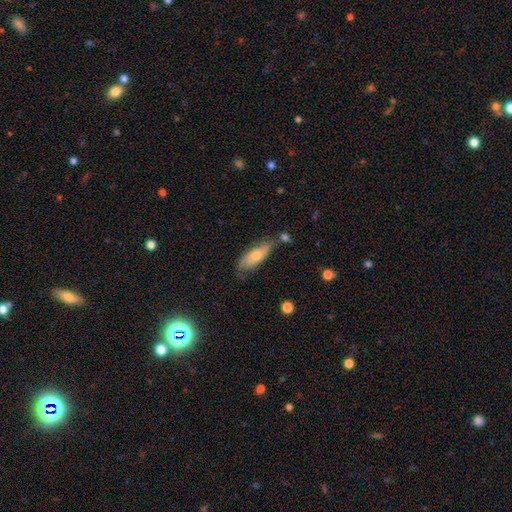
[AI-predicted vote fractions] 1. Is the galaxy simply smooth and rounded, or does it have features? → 58% smooth, 35% featured or disk, 6% star or artifact.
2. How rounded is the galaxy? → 65% in between, 32% cigar-shaped, 2% round.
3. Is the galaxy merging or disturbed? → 51% none, 30% minor disturbance, 12% major disturbance, 7% merger.